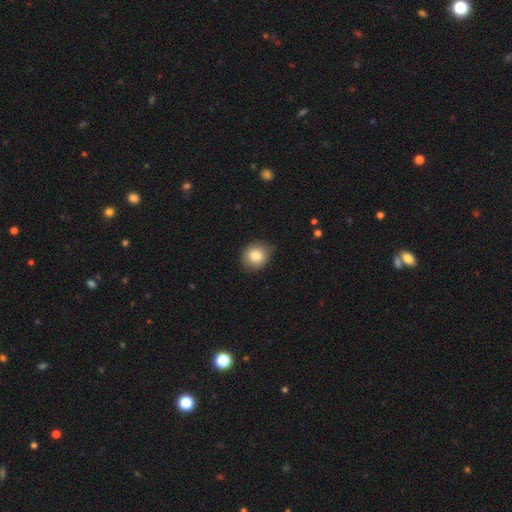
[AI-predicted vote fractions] A smooth galaxy with no disk features (84%) that is round (69%). Merging: none (80%).